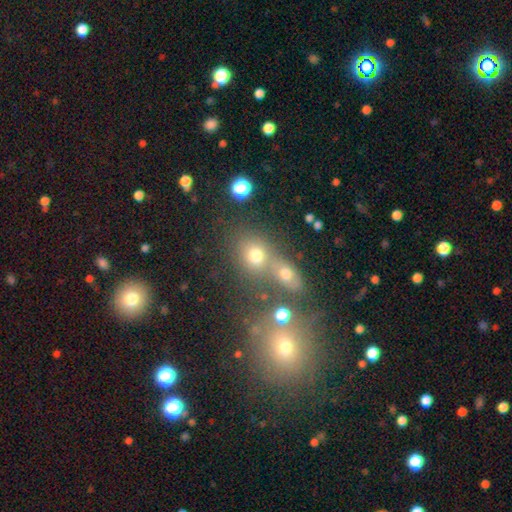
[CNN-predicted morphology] A smooth galaxy with no disk features (68%) that is round (69%).

Vote fractions:
- Smooth or featured? smooth: 68% / star or artifact: 20% / featured or disk: 12%
- How rounded? round: 69% / in between: 29% / cigar-shaped: 2%
- Merging? none: 45% / merger: 40% / minor disturbance: 9% / major disturbance: 6%